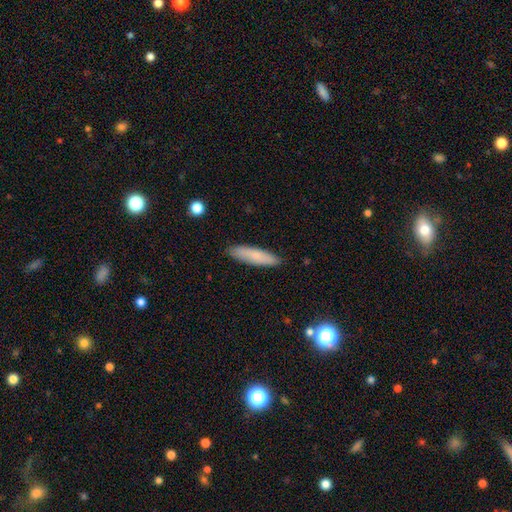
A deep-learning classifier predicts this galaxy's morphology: Overall: smooth (75%). How rounded: cigar-shaped (75%). Merging: none (88%).